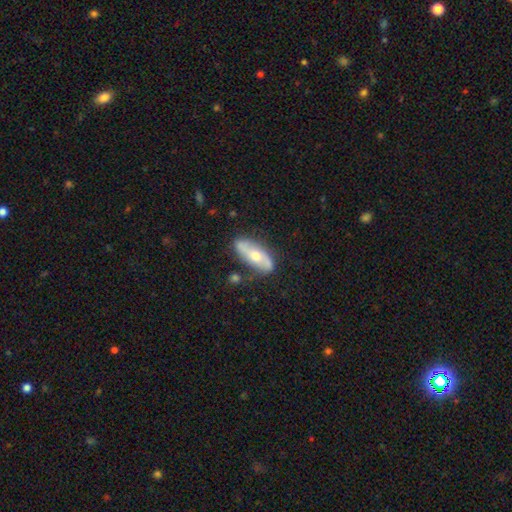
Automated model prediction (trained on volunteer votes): Smooth or featured: featured or disk — 58% (smooth — 36%)
Edge-on disk: no — 76% (yes — 24%)
Merging: none — 76% (minor disturbance — 16%)